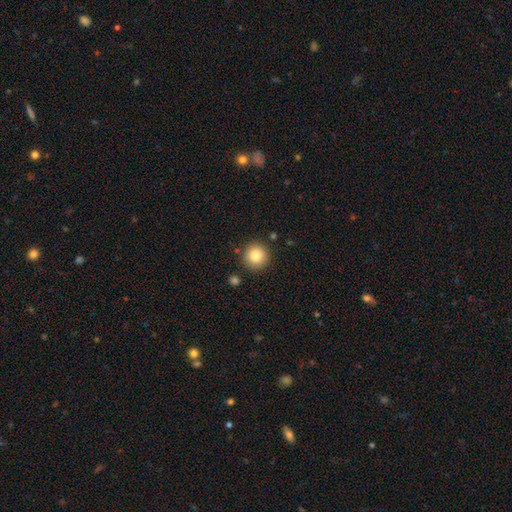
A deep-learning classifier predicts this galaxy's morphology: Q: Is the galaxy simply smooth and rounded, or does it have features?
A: smooth — 86%.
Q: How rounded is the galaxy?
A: round — 95%.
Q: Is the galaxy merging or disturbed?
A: none — 88%.